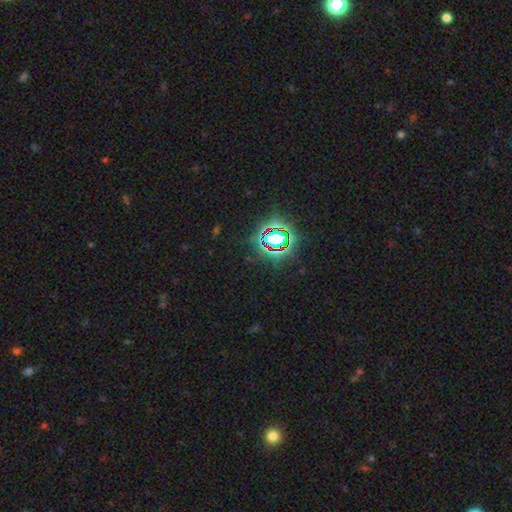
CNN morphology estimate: This appears to be a star or artifact, not a galaxy (79%).